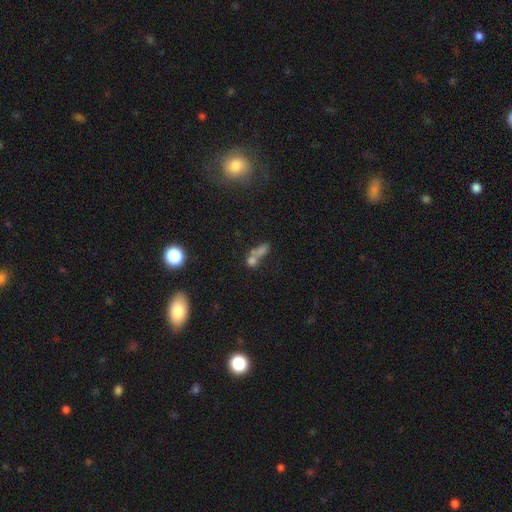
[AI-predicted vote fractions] smooth_or_featured: smooth (p=0.60) [alt: star or artifact p=0.21]
how_rounded: in between (p=0.48) [alt: round p=0.39]
merging: merger (p=0.55) [alt: none p=0.29]